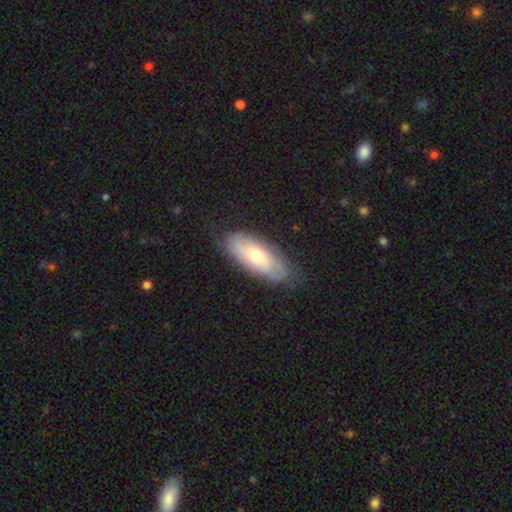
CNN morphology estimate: Smooth or featured? smooth (48%)
Merging? none (75%)